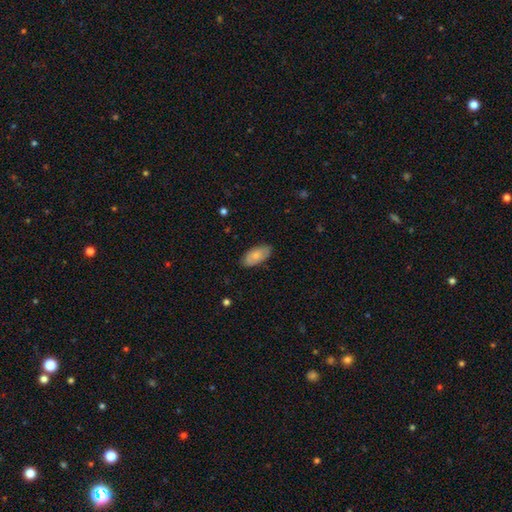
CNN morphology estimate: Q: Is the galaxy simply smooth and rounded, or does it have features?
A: smooth — 72%.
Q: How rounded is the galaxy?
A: in between — 94%.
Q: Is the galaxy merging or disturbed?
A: none — 80%.